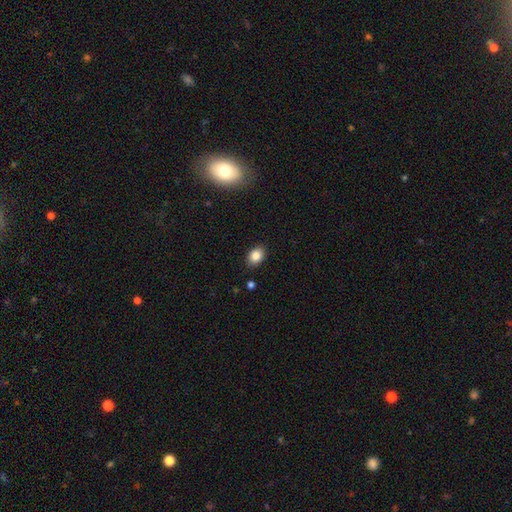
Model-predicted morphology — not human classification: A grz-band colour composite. It shows a smooth galaxy with no disk features (85%) that is in between round and cigar-shaped (71%). Merging: none (87%).